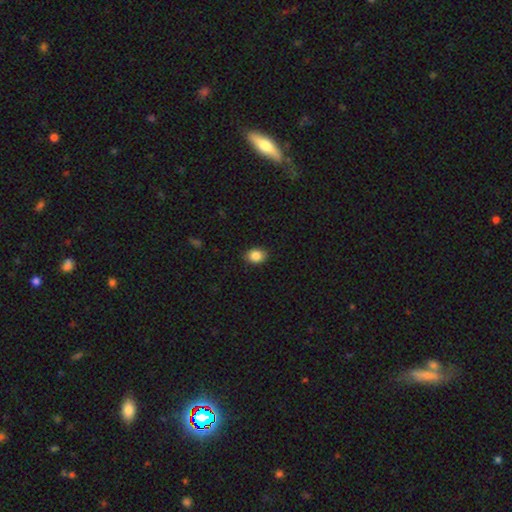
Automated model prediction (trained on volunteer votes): smooth_or_featured: smooth (p=0.87) [alt: star or artifact p=0.09]
how_rounded: in between (p=0.62) [alt: round p=0.37]
merging: none (p=0.88) [alt: minor disturbance p=0.09]